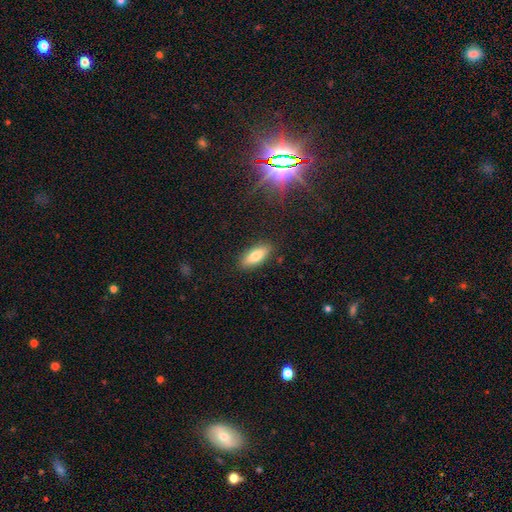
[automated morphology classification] Smooth or featured? smooth (77%)
How rounded? in between (72%)
Merging? none (87%)